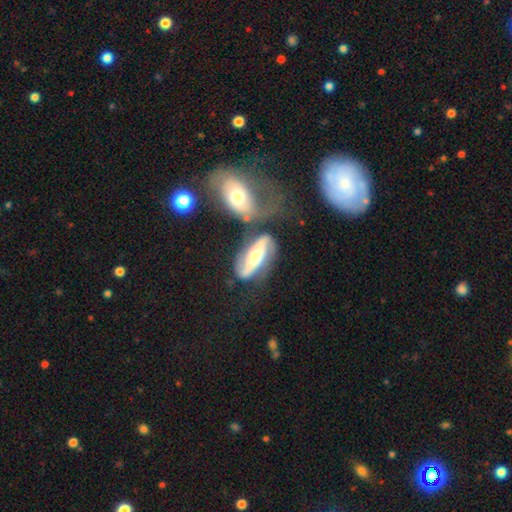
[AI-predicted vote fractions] A featured or disk galaxy (78%) with a strong bar (57%), 2 (89%) loose (44%) spiral arms (88%) and a moderate central bulge (66%).

Vote fractions:
- Smooth or featured? featured or disk: 78% / smooth: 16% / star or artifact: 5%
- Edge-on disk? no: 84% / yes: 16%
- Bar? strong: 57% / no: 22% / weak: 21%
- Spiral arms? yes: 88% / no: 12%
- Spiral winding? loose: 44% / medium: 37% / tight: 20%
- Spiral arm count? 2: 89% / can't tell: 5% / 1: 3% / 3: 1% / 4: 1% / more than 4: 1%
- Bulge size? moderate: 66% / small: 22% / large: 9% / dominant: 2% / none: 1%
- Merging? none: 49% / merger: 23% / minor disturbance: 16% / major disturbance: 12%